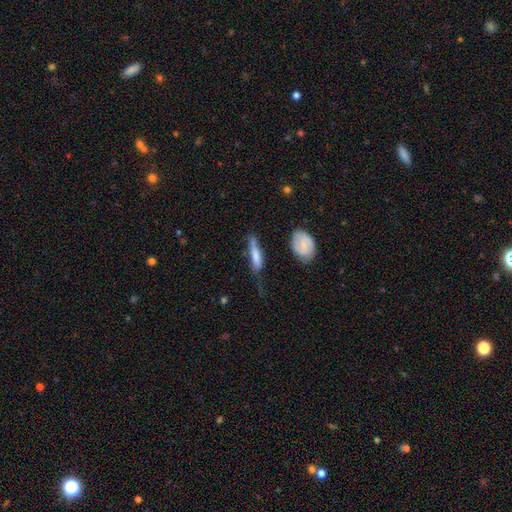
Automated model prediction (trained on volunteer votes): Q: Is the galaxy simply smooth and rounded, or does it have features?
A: smooth — 60%.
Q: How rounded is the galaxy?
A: cigar-shaped — 76%.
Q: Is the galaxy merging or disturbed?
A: none — 40%.